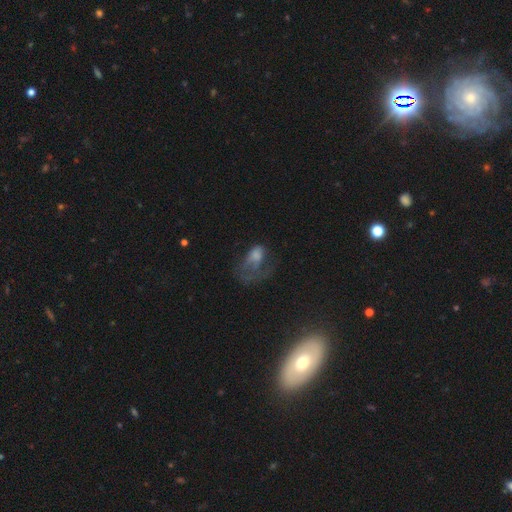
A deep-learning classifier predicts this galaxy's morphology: A smooth galaxy with no disk features (43%).

Vote fractions:
- Smooth or featured? smooth: 43% / featured or disk: 39% / star or artifact: 18%
- Merging? major disturbance: 53% / none: 24% / minor disturbance: 18% / merger: 4%